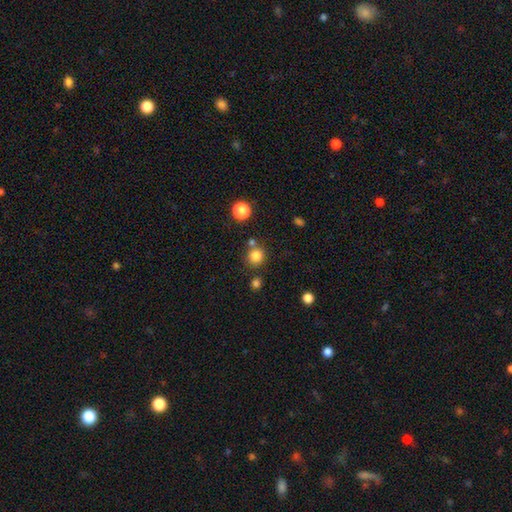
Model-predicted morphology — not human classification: smooth-or-featured: smooth: 82% | star or artifact: 13% | featured or disk: 5%
  how-rounded: round: 89% | in between: 10% | cigar-shaped: 1%
  merging: none: 74% | merger: 13% | minor disturbance: 9% | major disturbance: 3%